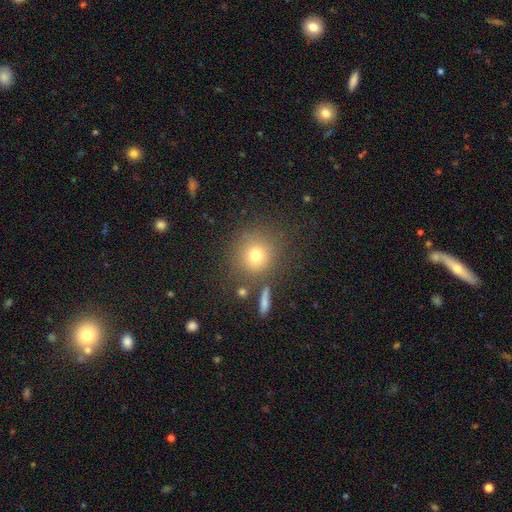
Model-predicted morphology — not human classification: Smooth or featured?
  - smooth: 73% *
  - star or artifact: 16%
  - featured or disk: 12%
How rounded?
  - round: 90% *
  - in between: 9%
  - cigar-shaped: 1%
Merging?
  - none: 79% *
  - minor disturbance: 10%
  - merger: 6%
  - major disturbance: 5%